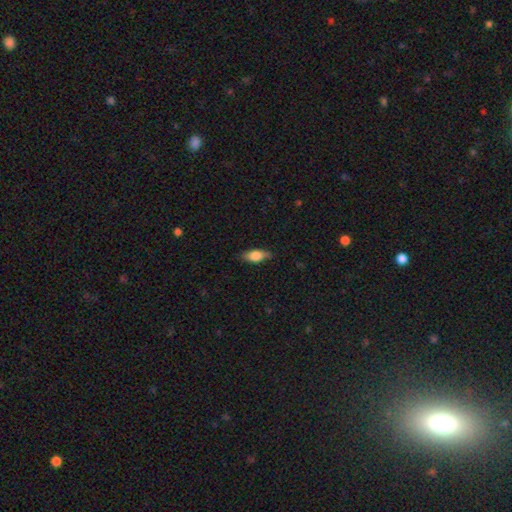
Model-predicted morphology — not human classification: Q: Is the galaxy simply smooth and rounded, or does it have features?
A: smooth — 74%.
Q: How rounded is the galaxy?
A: in between — 77%.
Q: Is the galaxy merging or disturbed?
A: none — 79%.